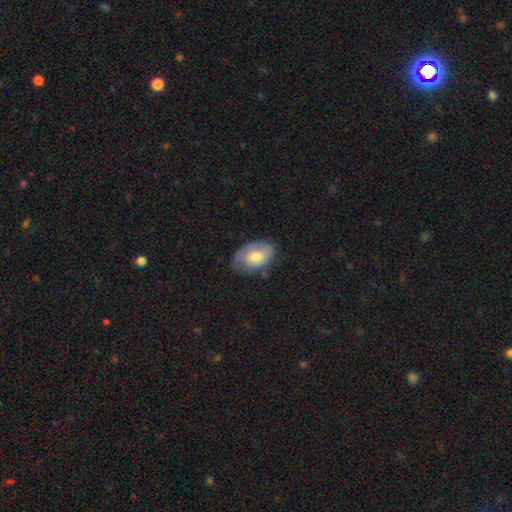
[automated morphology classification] type=smooth (63%); roundness=in between (89%); merging=none (63%).